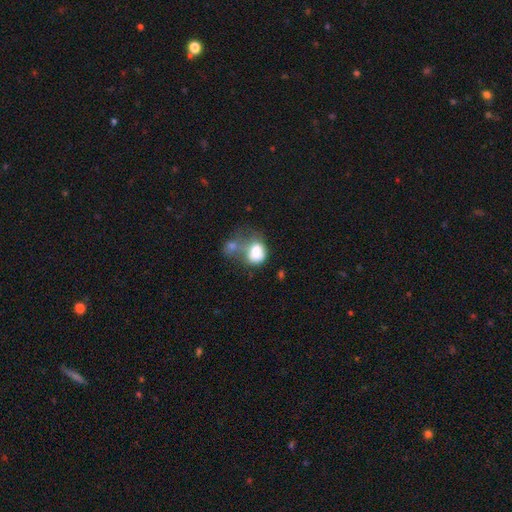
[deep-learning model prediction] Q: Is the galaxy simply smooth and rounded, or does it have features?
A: smooth — 71%.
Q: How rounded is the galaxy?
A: in between — 54%.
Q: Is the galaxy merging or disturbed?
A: merger — 43%.